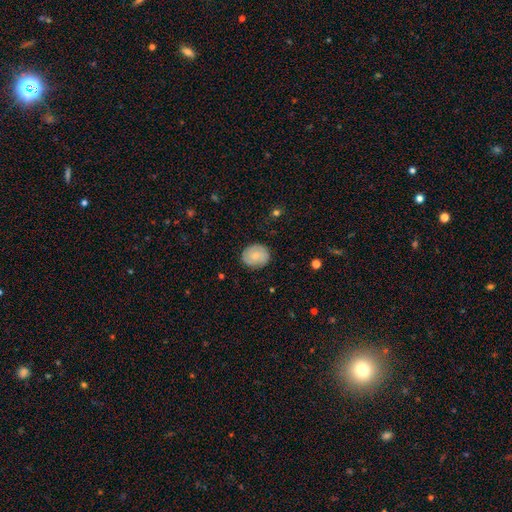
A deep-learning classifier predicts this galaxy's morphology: This appears to be a smooth galaxy with no disk features (67%) that is round (66%). Merging: none (85%).